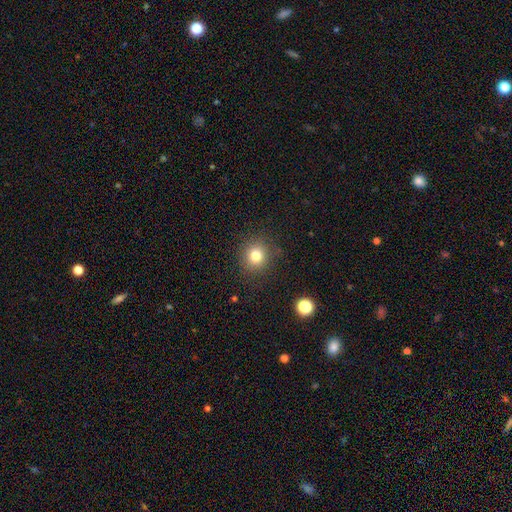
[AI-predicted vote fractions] A smooth galaxy with no disk features (79%) that is round (89%).

Vote fractions:
- Smooth or featured? smooth: 79% / star or artifact: 13% / featured or disk: 8%
- How rounded? round: 89% / in between: 10% / cigar-shaped: 1%
- Merging? none: 86% / minor disturbance: 9% / major disturbance: 3% / merger: 1%